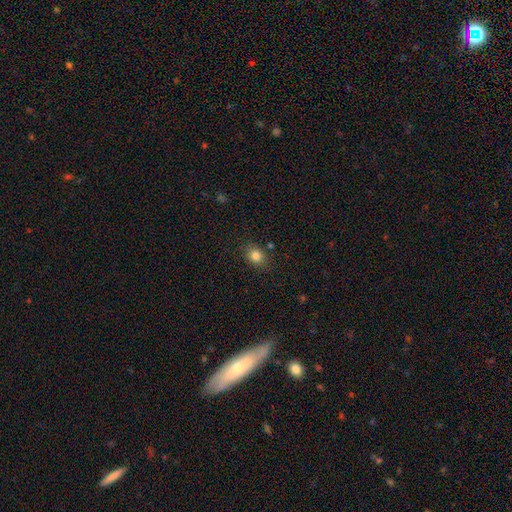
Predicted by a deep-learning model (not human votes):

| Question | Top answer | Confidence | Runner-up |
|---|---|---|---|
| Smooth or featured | smooth | 82% | star or artifact (11%) |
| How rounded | in between | 56% | round (43%) |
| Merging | none | 83% | minor disturbance (12%) |